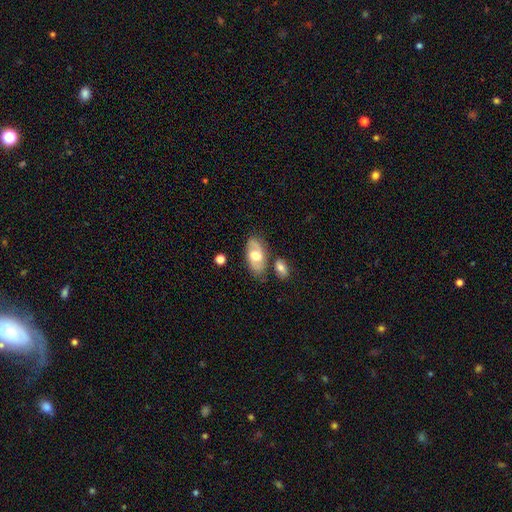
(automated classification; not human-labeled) Smooth or featured? featured or disk (57%)
Edge-on disk? no (92%)
Bar? no (52%)
Spiral arms? yes (74%)
Bulge size? moderate (65%)
Merging? none (66%)